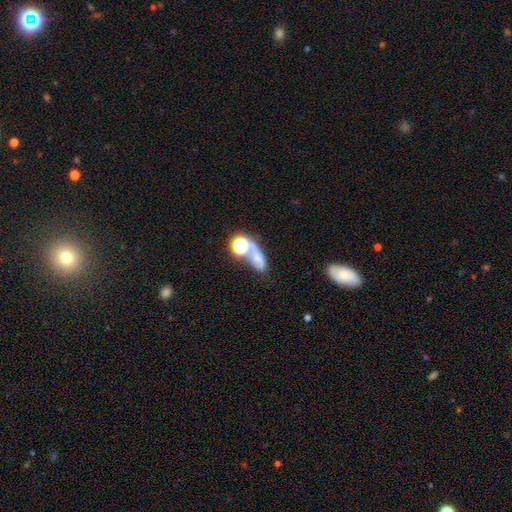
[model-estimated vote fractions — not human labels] This is possibly a smooth galaxy (55%). How rounded: likely in between (60%). Merging: marginally merger (39%).